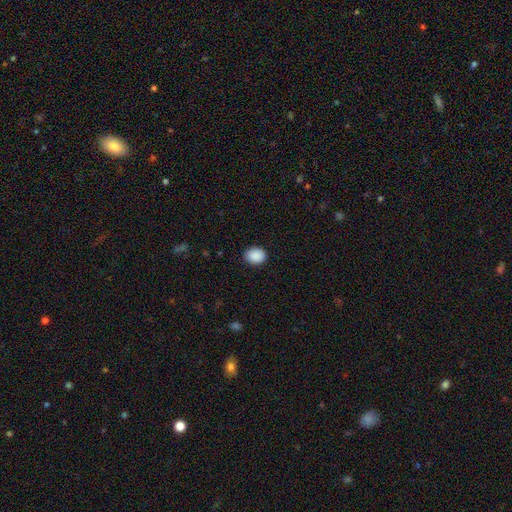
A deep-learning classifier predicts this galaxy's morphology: Overall: smooth (90%). How rounded: round (51%; in between 48%). Merging: none (88%).